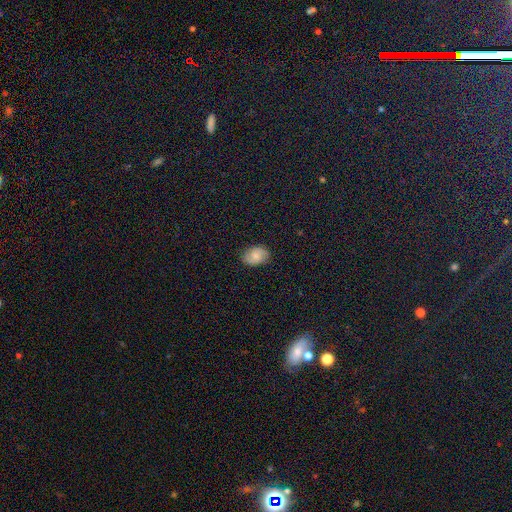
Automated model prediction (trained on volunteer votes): smooth_or_featured: smooth (p=0.58) [alt: featured or disk p=0.33]
how_rounded: in between (p=0.79) [alt: round p=0.20]
merging: none (p=0.83) [alt: minor disturbance p=0.13]